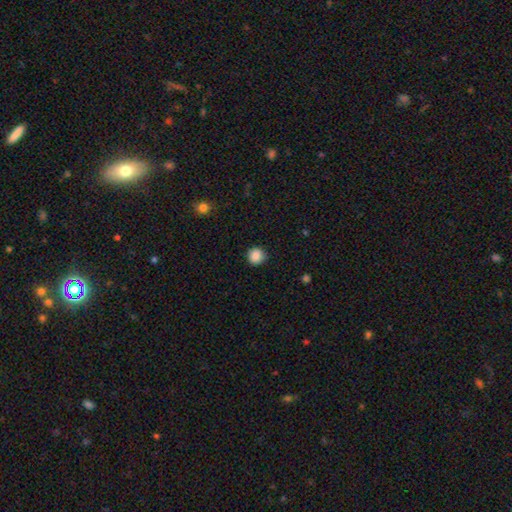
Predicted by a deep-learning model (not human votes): Morphology: type=smooth (88%); roundness=round (93%); merging=none (88%).